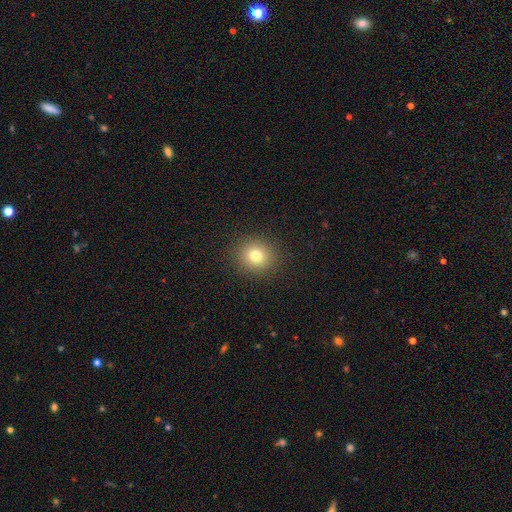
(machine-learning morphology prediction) The model was most divided on "smooth or featured": smooth: 78%, star or artifact: 14%, featured or disk: 9%. More confident: merging — none (91%); how rounded — round (87%).